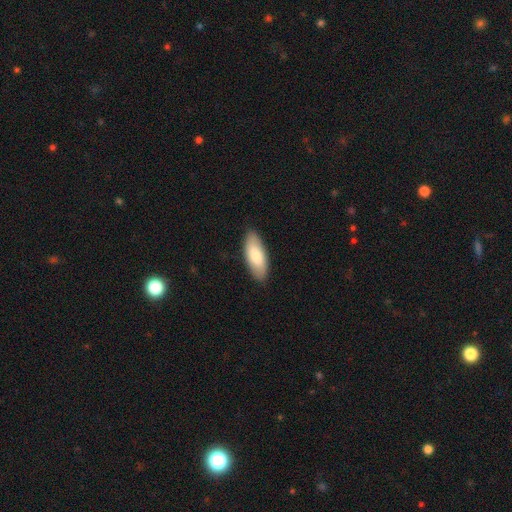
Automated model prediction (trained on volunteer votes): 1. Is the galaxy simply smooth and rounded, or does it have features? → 80% smooth, 15% featured or disk, 5% star or artifact.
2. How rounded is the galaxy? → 80% in between, 18% cigar-shaped, 2% round.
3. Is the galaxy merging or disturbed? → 87% none, 10% minor disturbance, 2% major disturbance, 1% merger.